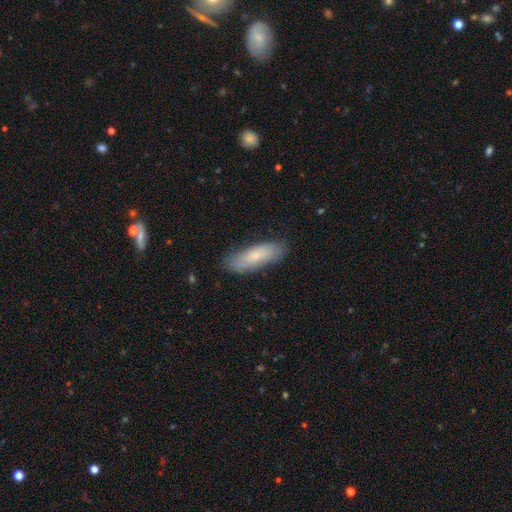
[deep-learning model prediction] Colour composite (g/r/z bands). It shows a smooth galaxy with no disk features (71%) that is in between round and cigar-shaped (50%). Merging: none (81%).